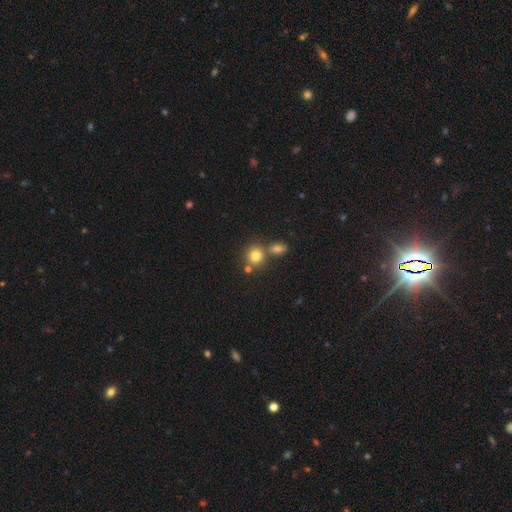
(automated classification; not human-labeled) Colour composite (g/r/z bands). It shows a smooth galaxy with no disk features (79%) that is round (83%). Merging: none (58%).